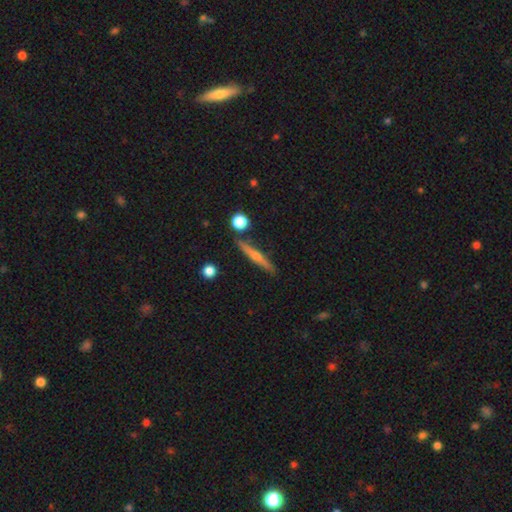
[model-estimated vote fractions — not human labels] A featured or disk galaxy (58%) viewed edge-on (96%) with a rounded central bulge (78%).

Vote fractions:
- Smooth or featured? featured or disk: 58% / smooth: 35% / star or artifact: 7%
- Edge-on disk? yes: 96% / no: 4%
- Edge-on bulge? rounded: 78% / none: 17% / boxy: 5%
- Merging? none: 86% / minor disturbance: 9% / merger: 4% / major disturbance: 2%